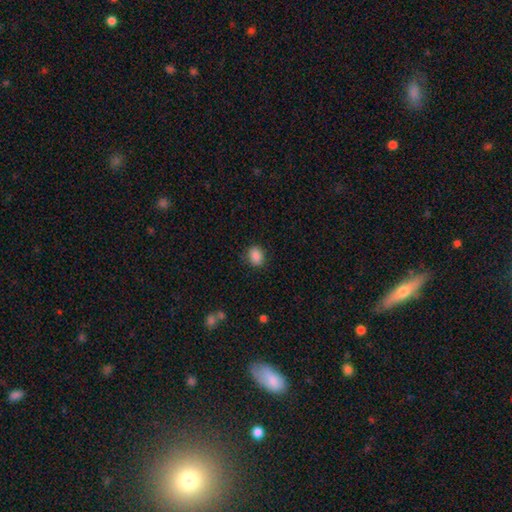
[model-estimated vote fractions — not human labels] smooth-or-featured: smooth: 88% | star or artifact: 9% | featured or disk: 3%
  how-rounded: in between: 51% | round: 48% | cigar-shaped: 1%
  merging: none: 85% | minor disturbance: 11% | major disturbance: 3% | merger: 1%